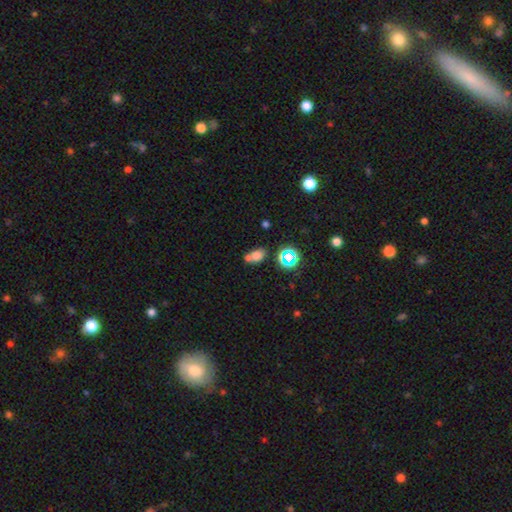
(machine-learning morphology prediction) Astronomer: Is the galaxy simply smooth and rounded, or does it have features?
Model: smooth — 66%.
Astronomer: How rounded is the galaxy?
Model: in between — 65%.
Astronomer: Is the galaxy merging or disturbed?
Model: merger — 45% (runner-up: none, 38%).